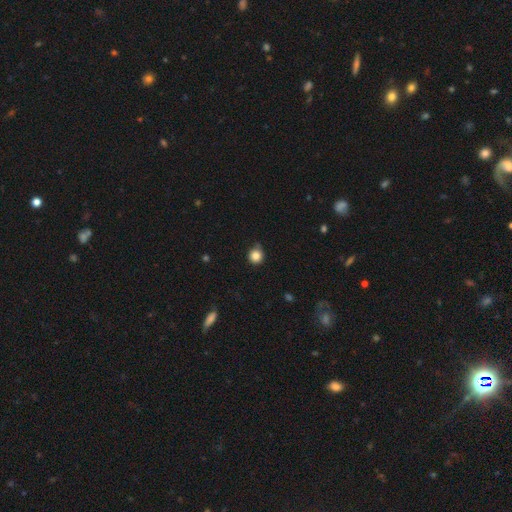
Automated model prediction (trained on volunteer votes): Q: Smooth or featured?
A: smooth (84%); runner-up: star or artifact (11%)
Q: How rounded?
A: round (91%); runner-up: in between (8%)
Q: Merging?
A: none (79%); runner-up: minor disturbance (16%)